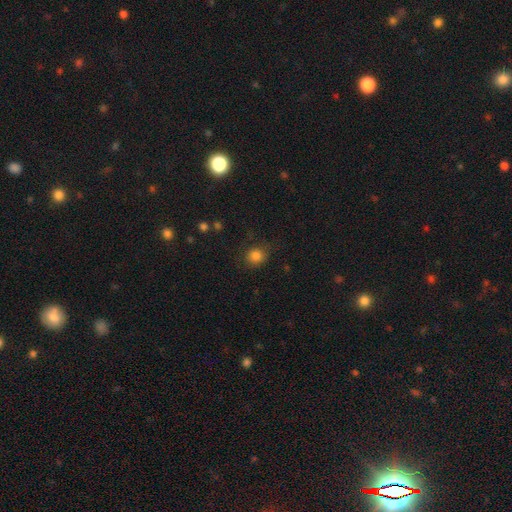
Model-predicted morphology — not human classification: This is clearly a smooth galaxy (84%). How rounded: clearly round (82%). Merging: likely none (78%).